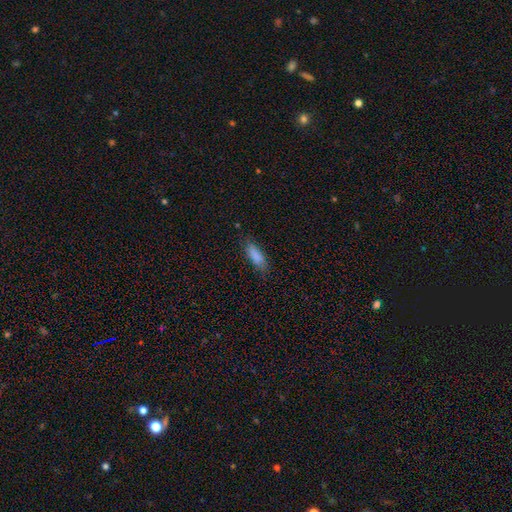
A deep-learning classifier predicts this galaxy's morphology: A smooth galaxy with no disk features (84%) that is in between round and cigar-shaped (57%).

Vote fractions:
- Smooth or featured? smooth: 84% / featured or disk: 9% / star or artifact: 8%
- How rounded? in between: 57% / cigar-shaped: 41% / round: 2%
- Merging? none: 73% / minor disturbance: 20% / major disturbance: 5% / merger: 1%